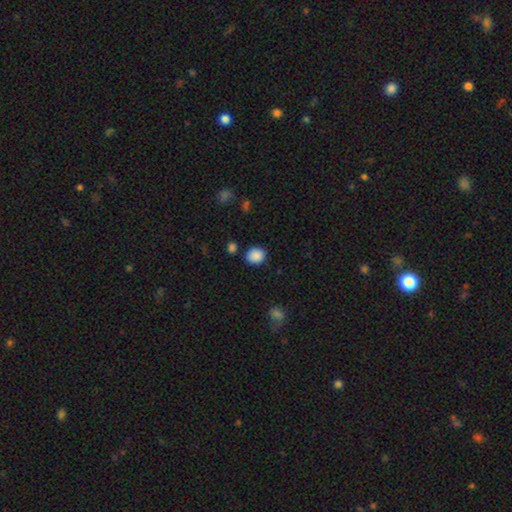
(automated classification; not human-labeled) Q: Smooth or featured?
A: smooth (88%); runner-up: star or artifact (9%)
Q: How rounded?
A: round (72%); runner-up: in between (27%)
Q: Merging?
A: none (83%); runner-up: minor disturbance (10%)